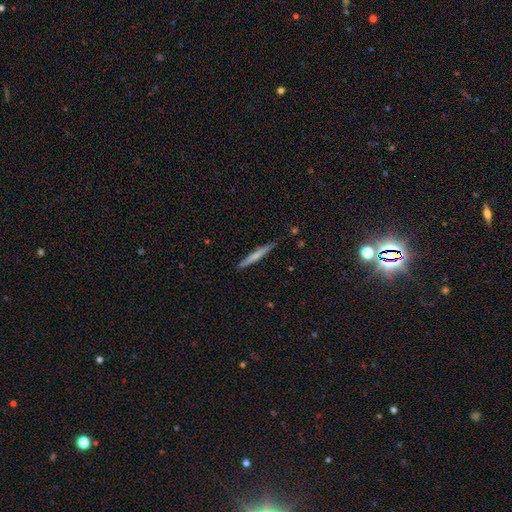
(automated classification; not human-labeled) smooth 55%, featured or disk 39%, star or artifact 6%. Down the decision tree: how rounded — cigar-shaped (96%); merging — none (89%).